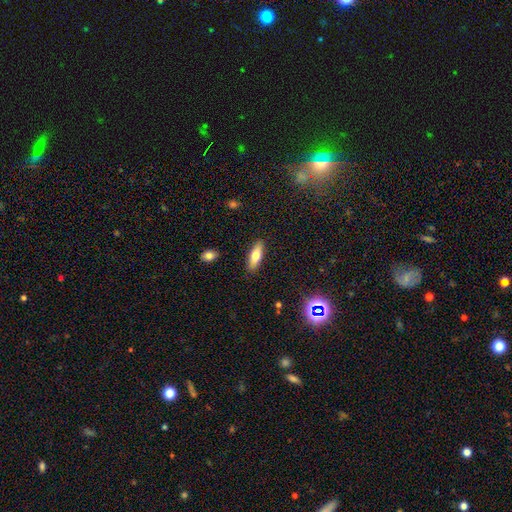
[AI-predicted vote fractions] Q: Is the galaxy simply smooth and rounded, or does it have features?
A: smooth — 71%.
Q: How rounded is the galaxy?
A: in between — 54%.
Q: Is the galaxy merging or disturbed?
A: none — 89%.